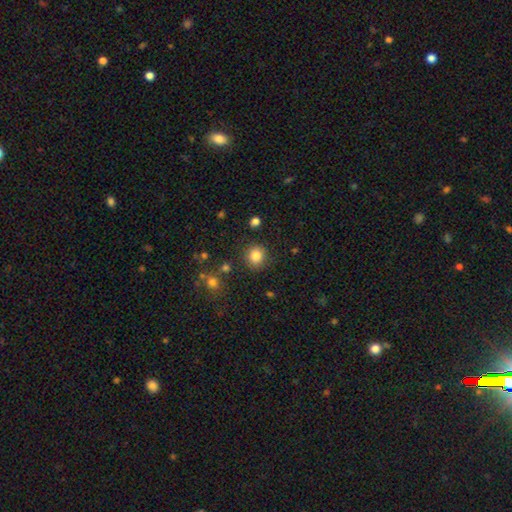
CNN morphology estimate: smooth 84%, star or artifact 10%, featured or disk 5%. Down the decision tree: how rounded — round (87%); merging — none (87%).